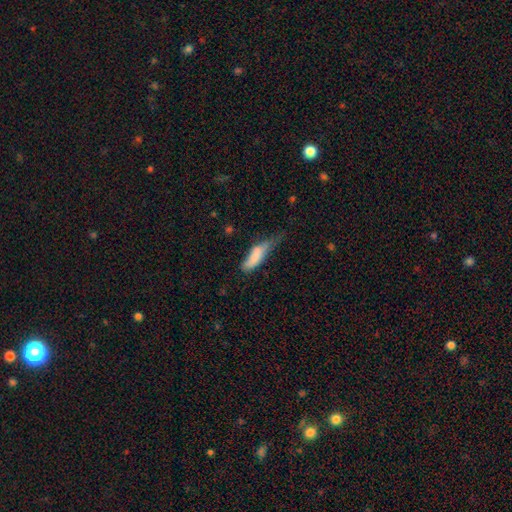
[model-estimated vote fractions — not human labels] A smooth galaxy with no disk features (78%) that is in between round and cigar-shaped (55%).

Vote fractions:
- Smooth or featured? smooth: 78% / featured or disk: 15% / star or artifact: 7%
- How rounded? in between: 55% / cigar-shaped: 43% / round: 2%
- Merging? minor disturbance: 42% / major disturbance: 33% / none: 21% / merger: 5%